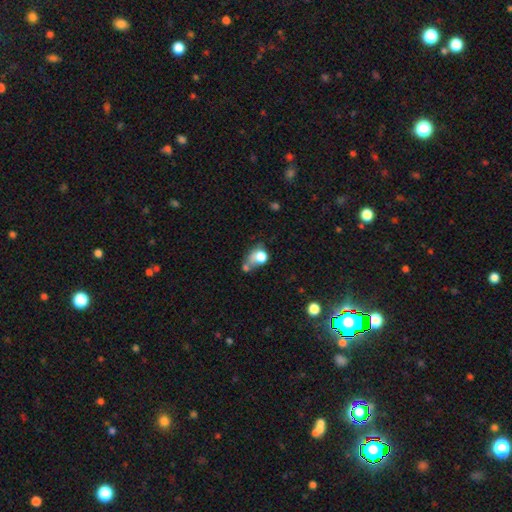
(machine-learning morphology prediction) Smooth or featured? Predicted: smooth (p=0.70). How rounded? Predicted: round (p=0.57). Merging? Predicted: none (p=0.33).